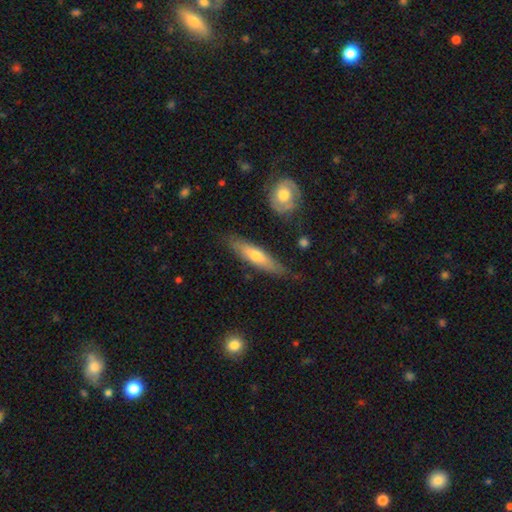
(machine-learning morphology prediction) smooth_or_featured: smooth (p=0.57) [alt: featured or disk p=0.37]
how_rounded: cigar-shaped (p=0.75) [alt: in between p=0.23]
merging: none (p=0.80) [alt: minor disturbance p=0.14]